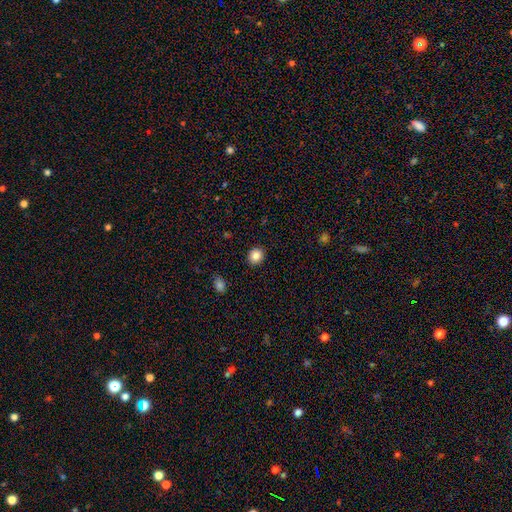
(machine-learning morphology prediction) A smooth galaxy with no disk features (86%) that is round (84%). Merging: none (91%).